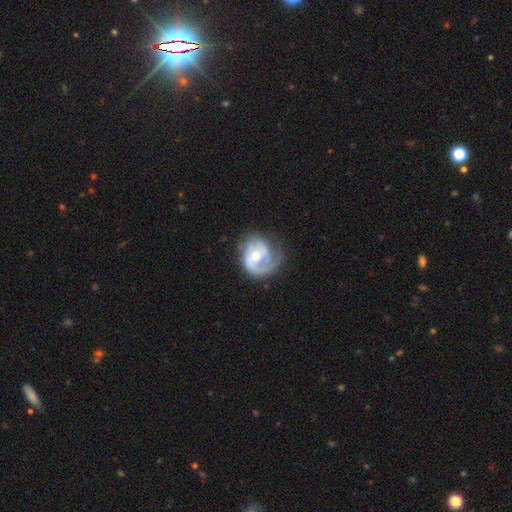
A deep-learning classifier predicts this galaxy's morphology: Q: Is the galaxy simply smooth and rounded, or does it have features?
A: featured or disk — 74%.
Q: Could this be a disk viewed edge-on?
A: no — 98%.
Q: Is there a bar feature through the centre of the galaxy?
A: no — 61%.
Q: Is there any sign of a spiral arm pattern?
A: yes — 86%.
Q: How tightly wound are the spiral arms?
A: tight — 40%.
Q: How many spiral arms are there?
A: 1 — 43%.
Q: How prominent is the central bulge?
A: moderate — 59%.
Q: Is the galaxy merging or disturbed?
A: none — 51%.